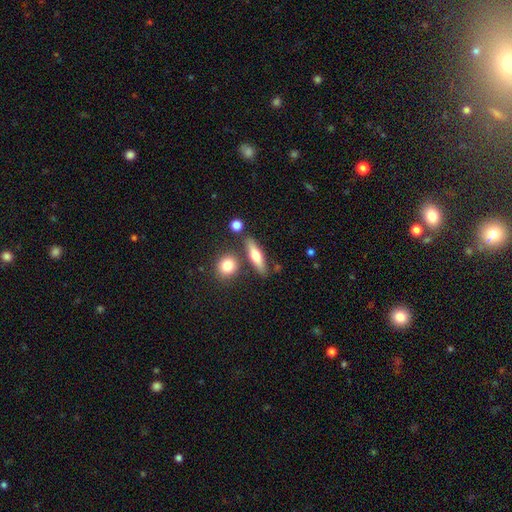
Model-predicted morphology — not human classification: smooth-or-featured: smooth: 58% | featured or disk: 34% | star or artifact: 7%
  how-rounded: cigar-shaped: 61% | in between: 32% | round: 7%
  merging: none: 76% | minor disturbance: 11% | merger: 10% | major disturbance: 3%